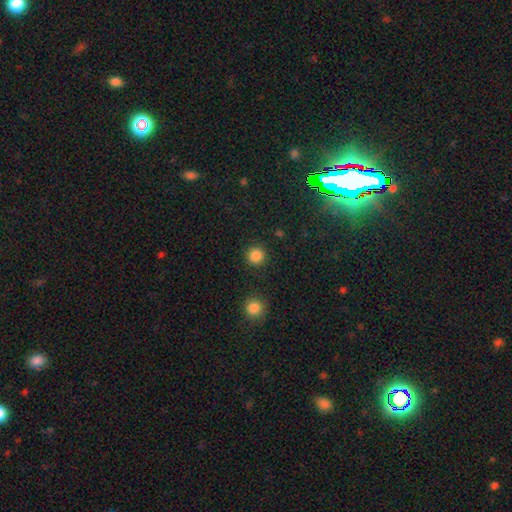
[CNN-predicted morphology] type=smooth (85%); roundness=round (95%); merging=none (91%).